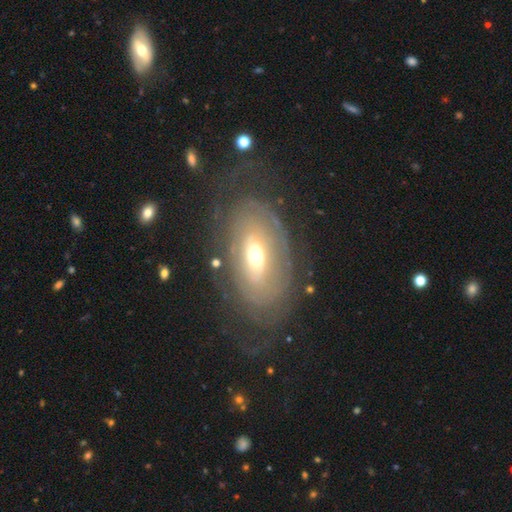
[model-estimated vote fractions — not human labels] Smooth or featured? Predicted: featured or disk (p=0.73). Edge-on disk? Predicted: no (p=0.92). Bar? Predicted: no (p=0.58). Spiral arms? Predicted: yes (p=0.64). Bulge size? Predicted: moderate (p=0.67). Merging? Predicted: none (p=0.65).